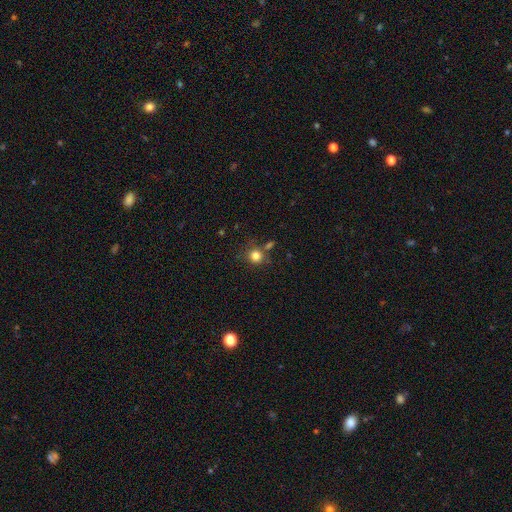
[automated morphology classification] A smooth galaxy with no disk features (81%) that is round (90%).

Vote fractions:
- Smooth or featured? smooth: 81% / star or artifact: 13% / featured or disk: 6%
- How rounded? round: 90% / in between: 10% / cigar-shaped: 1%
- Merging? none: 73% / minor disturbance: 11% / merger: 11% / major disturbance: 4%